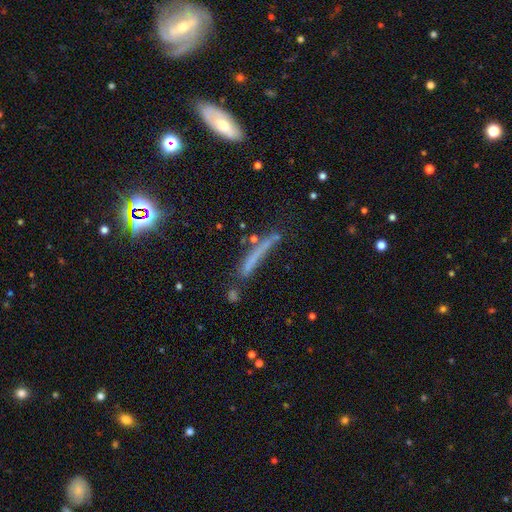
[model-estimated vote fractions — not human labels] smooth_or_featured: smooth (p=0.48) [alt: featured or disk p=0.34]
merging: none (p=0.61) [alt: minor disturbance p=0.22]